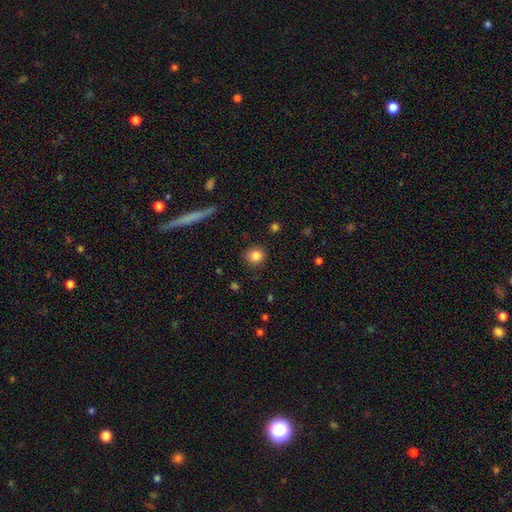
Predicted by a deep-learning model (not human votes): Smooth or featured? Predicted: smooth (p=0.85). How rounded? Predicted: round (p=0.86). Merging? Predicted: none (p=0.87).